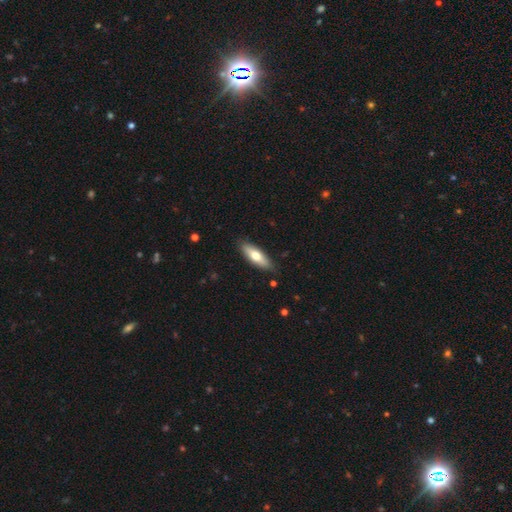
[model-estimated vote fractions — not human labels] A smooth galaxy with no disk features (65%) that is in between round and cigar-shaped (57%).

Vote fractions:
- Smooth or featured? smooth: 65% / featured or disk: 29% / star or artifact: 6%
- How rounded? in between: 57% / cigar-shaped: 41% / round: 2%
- Merging? none: 87% / minor disturbance: 10% / major disturbance: 2% / merger: 1%